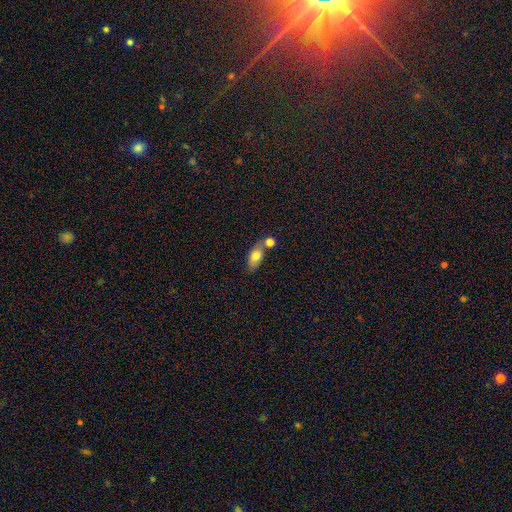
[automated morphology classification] A smooth galaxy with no disk features (72%) that is in between round and cigar-shaped (82%).

Vote fractions:
- Smooth or featured? smooth: 72% / featured or disk: 20% / star or artifact: 8%
- How rounded? in between: 82% / round: 9% / cigar-shaped: 9%
- Merging? none: 47% / merger: 34% / minor disturbance: 14% / major disturbance: 5%